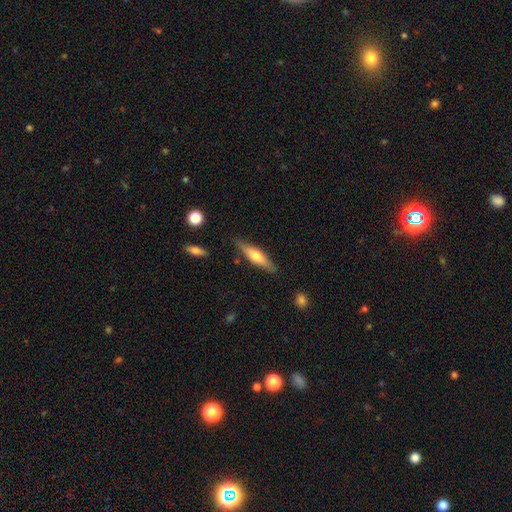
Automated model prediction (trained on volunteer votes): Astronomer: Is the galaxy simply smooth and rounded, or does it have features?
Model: smooth — 49% (runner-up: featured or disk, 45%).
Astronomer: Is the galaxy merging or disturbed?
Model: none — 83%.